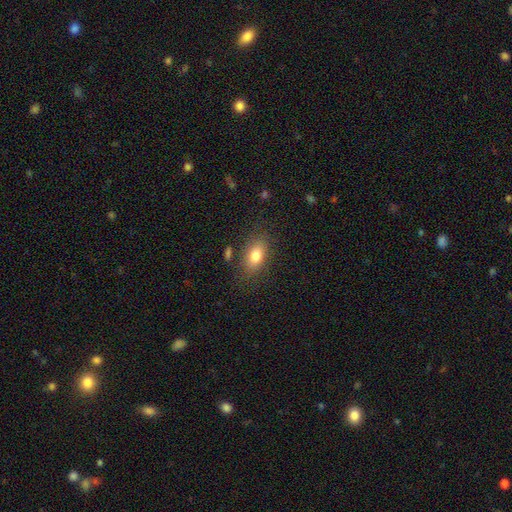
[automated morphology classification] smooth-or-featured: smooth: 80% | featured or disk: 11% | star or artifact: 9%
  how-rounded: in between: 85% | round: 10% | cigar-shaped: 4%
  merging: none: 80% | minor disturbance: 13% | major disturbance: 4% | merger: 3%